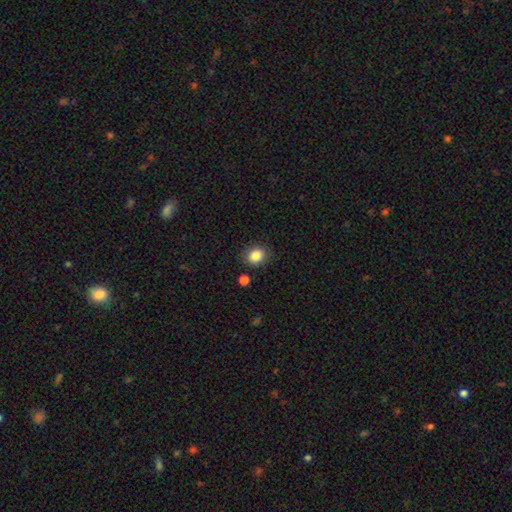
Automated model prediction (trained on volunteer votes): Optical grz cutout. It shows a smooth galaxy with no disk features (85%) that is round (58%). Merging: none (83%).